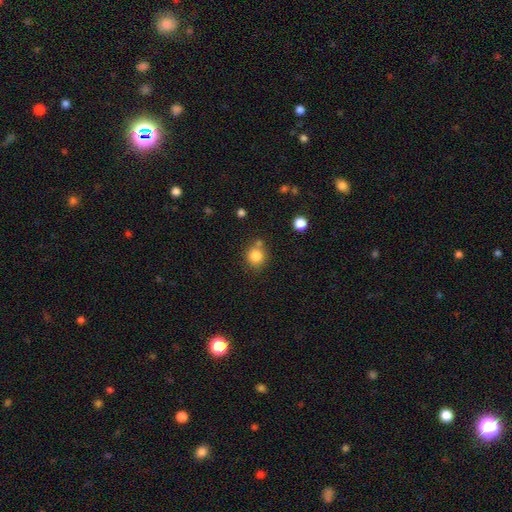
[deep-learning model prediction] Smooth or featured: smooth — 83% (star or artifact — 11%)
How rounded: round — 84% (in between — 15%)
Merging: none — 68% (merger — 15%)